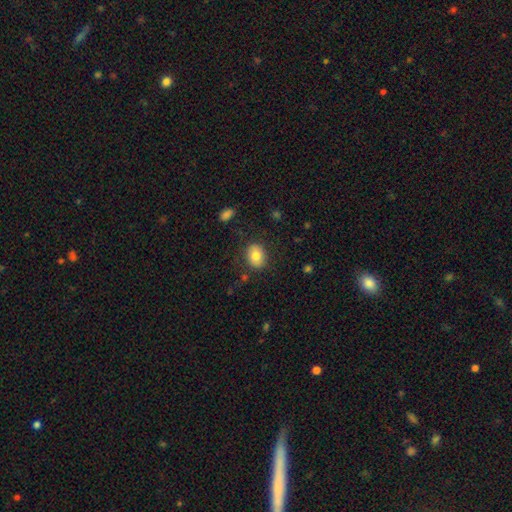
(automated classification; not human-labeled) A smooth galaxy with no disk features (79%) that is in between round and cigar-shaped (55%).

Vote fractions:
- Smooth or featured? smooth: 79% / featured or disk: 12% / star or artifact: 9%
- How rounded? in between: 55% / round: 44% / cigar-shaped: 1%
- Merging? none: 83% / minor disturbance: 12% / major disturbance: 4% / merger: 2%